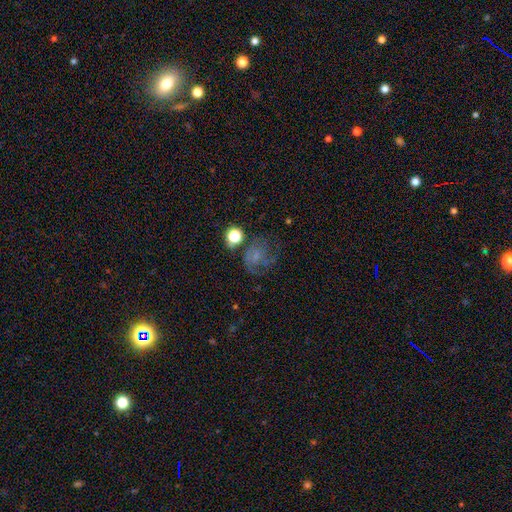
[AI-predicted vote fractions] Smooth or featured? Predicted: featured or disk (p=0.44). Merging? Predicted: none (p=0.43).